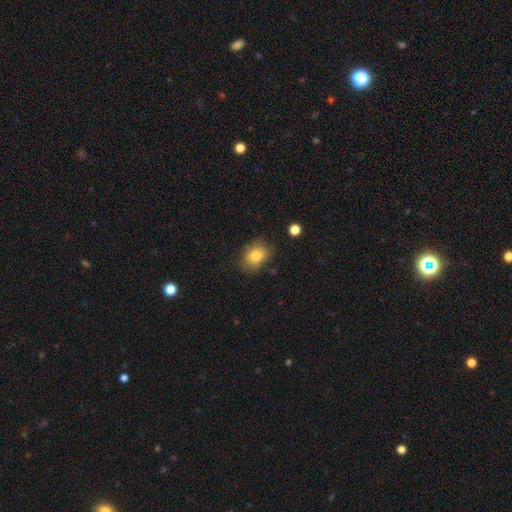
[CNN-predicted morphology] smooth_or_featured: smooth (p=0.83) [alt: star or artifact p=0.09]
how_rounded: in between (p=0.68) [alt: round p=0.31]
merging: none (p=0.79) [alt: minor disturbance p=0.15]